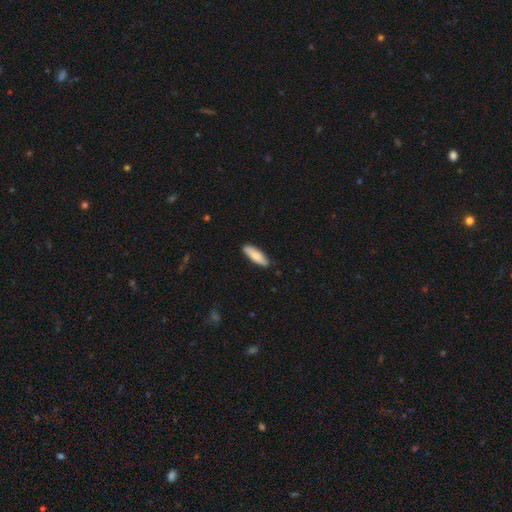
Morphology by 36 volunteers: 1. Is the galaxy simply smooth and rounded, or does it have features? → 81% smooth, 17% featured or disk, 3% star or artifact.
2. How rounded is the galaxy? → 52% in between, 48% cigar-shaped, 0% round.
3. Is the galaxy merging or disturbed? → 100% none, 0% minor disturbance, 0% major disturbance, 0% merger.